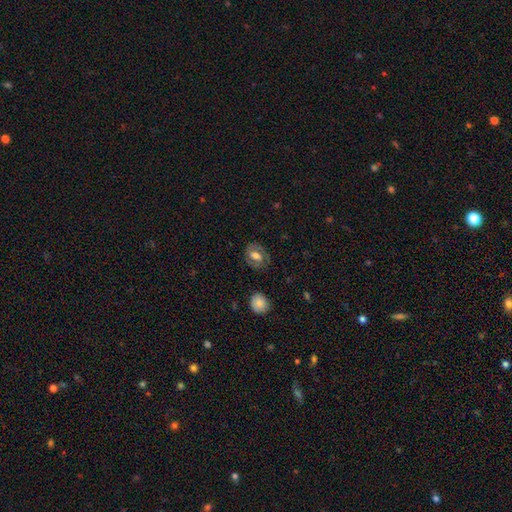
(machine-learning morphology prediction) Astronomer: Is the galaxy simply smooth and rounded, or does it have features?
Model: featured or disk — 47% (runner-up: smooth, 45%).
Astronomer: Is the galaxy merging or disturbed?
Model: none — 78%.